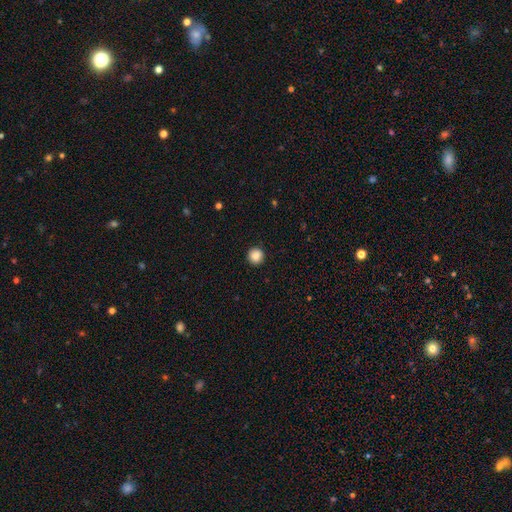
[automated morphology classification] smooth_or_featured: smooth (p=0.88) [alt: star or artifact p=0.09]
how_rounded: round (p=0.95) [alt: in between p=0.04]
merging: none (p=0.92) [alt: minor disturbance p=0.05]